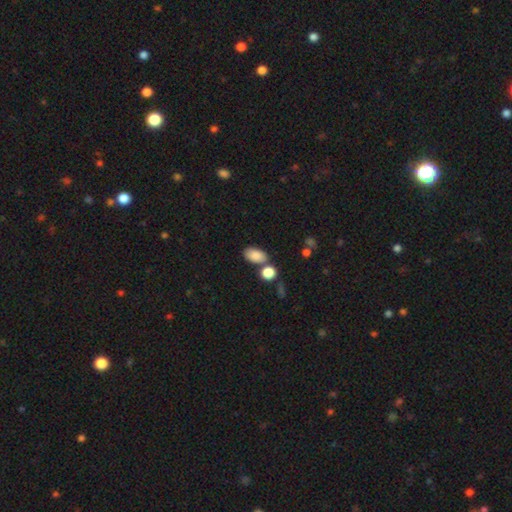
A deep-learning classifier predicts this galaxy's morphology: Overall: smooth (85%). How rounded: in between (91%). Merging: none (65%).